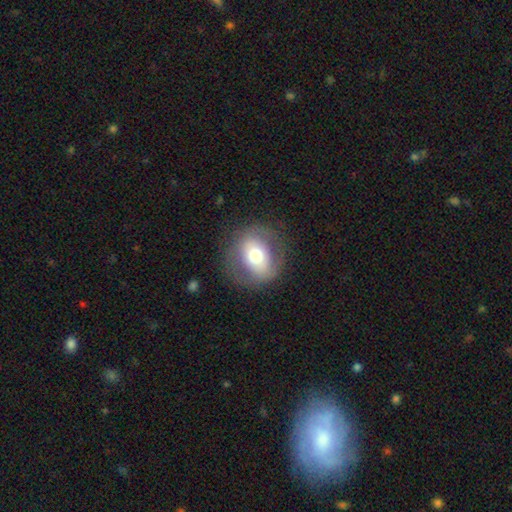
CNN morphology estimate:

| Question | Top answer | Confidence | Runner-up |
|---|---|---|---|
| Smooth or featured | smooth | 56% | featured or disk (36%) |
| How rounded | round | 68% | in between (31%) |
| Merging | none | 79% | minor disturbance (12%) |